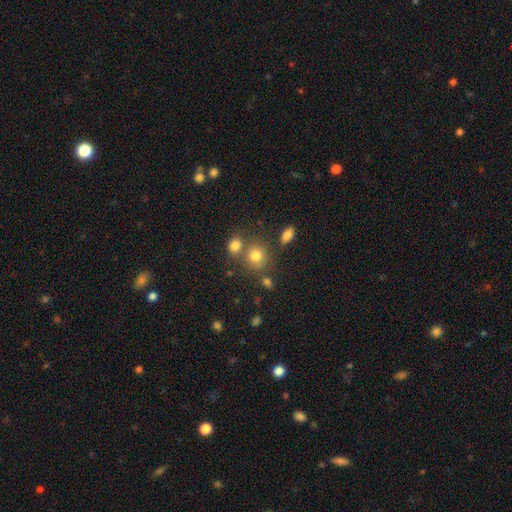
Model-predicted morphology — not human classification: Q: Smooth or featured?
A: smooth (77%); runner-up: star or artifact (14%)
Q: How rounded?
A: round (77%); runner-up: in between (22%)
Q: Merging?
A: none (63%); runner-up: merger (22%)